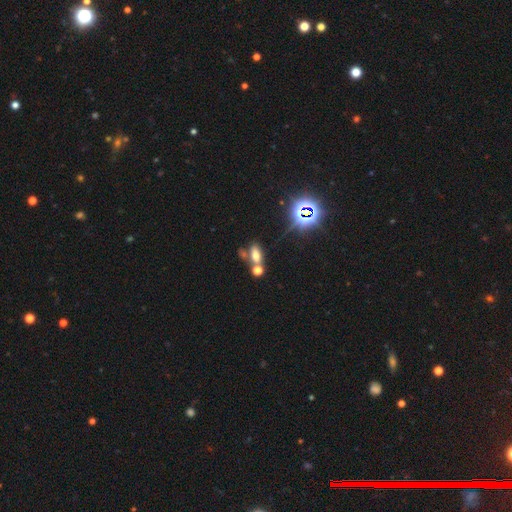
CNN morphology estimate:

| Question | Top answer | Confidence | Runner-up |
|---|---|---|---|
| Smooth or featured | smooth | 57% | star or artifact (26%) |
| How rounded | in between | 79% | round (11%) |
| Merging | none | 45% | merger (36%) |